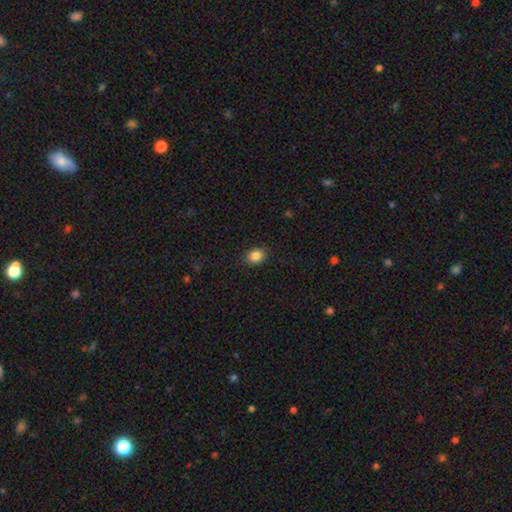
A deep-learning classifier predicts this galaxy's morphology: Smooth or featured?
  - smooth: 86% *
  - star or artifact: 10%
  - featured or disk: 4%
How rounded?
  - round: 52% *
  - in between: 47%
  - cigar-shaped: 1%
Merging?
  - none: 88% *
  - minor disturbance: 8%
  - major disturbance: 2%
  - merger: 1%